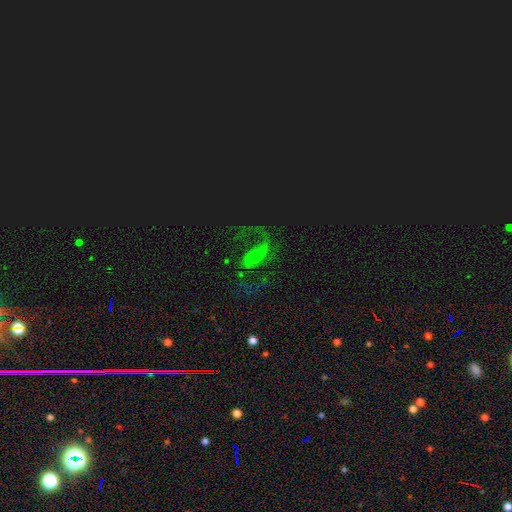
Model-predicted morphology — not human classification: Smooth or featured? Predicted: featured or disk (p=0.78). Edge-on disk? Predicted: no (p=0.97). Bar? Predicted: no (p=0.44). Spiral arms? Predicted: yes (p=0.90). Spiral winding? Predicted: loose (p=0.59). Spiral arm count? Predicted: 2 (p=0.84). Bulge size? Predicted: small (p=0.59). Merging? Predicted: none (p=0.57).